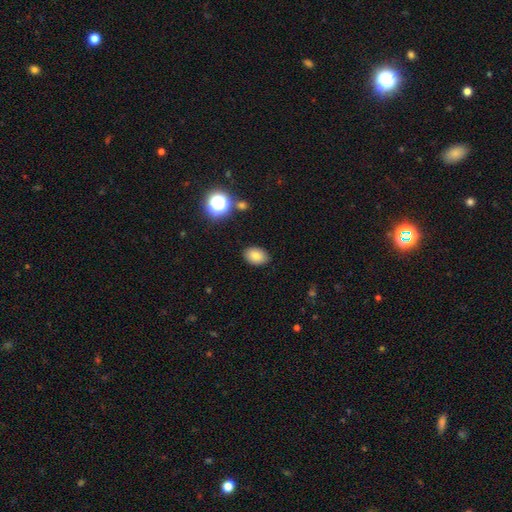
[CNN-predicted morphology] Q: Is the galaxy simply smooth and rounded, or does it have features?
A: smooth — 81%.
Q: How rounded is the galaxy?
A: in between — 79%.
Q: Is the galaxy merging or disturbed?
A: none — 87%.